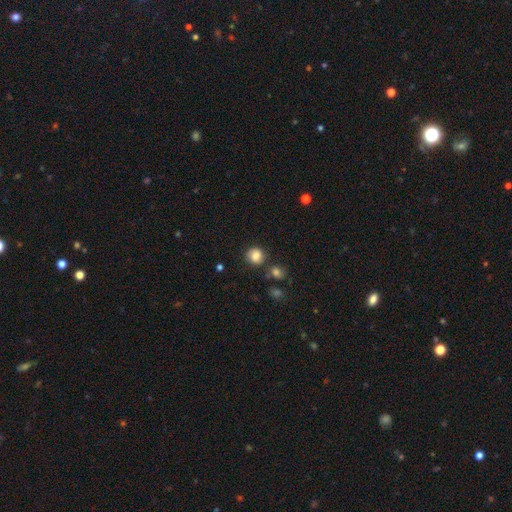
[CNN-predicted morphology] Smooth or featured? Predicted: smooth (p=0.83). How rounded? Predicted: round (p=0.86). Merging? Predicted: none (p=0.77).